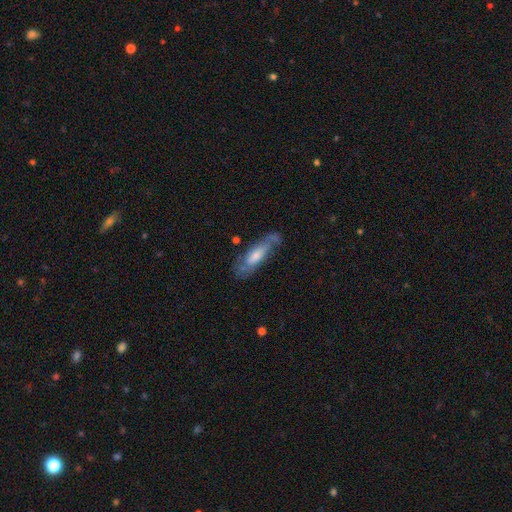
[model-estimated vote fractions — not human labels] A featured or disk galaxy (53%). Merging: none (60%).